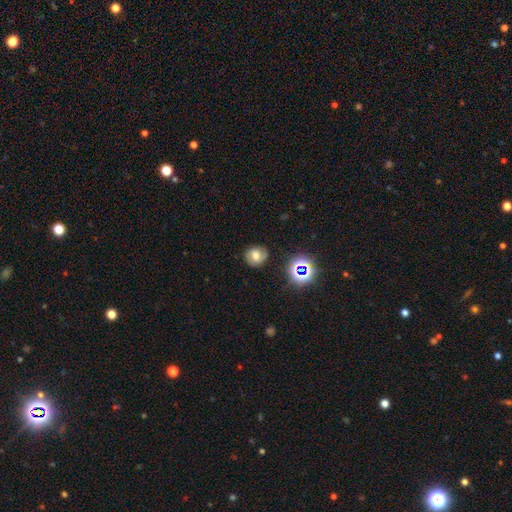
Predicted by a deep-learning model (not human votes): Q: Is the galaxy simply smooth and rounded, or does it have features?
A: smooth — 46%.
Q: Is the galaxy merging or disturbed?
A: none — 81%.